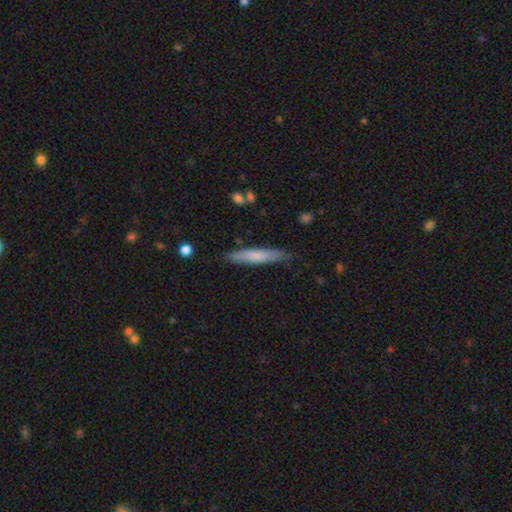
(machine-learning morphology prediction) smooth-or-featured: smooth: 70% | featured or disk: 25% | star or artifact: 6%
  how-rounded: cigar-shaped: 91% | in between: 8% | round: 1%
  merging: none: 85% | minor disturbance: 12% | major disturbance: 2% | merger: 2%